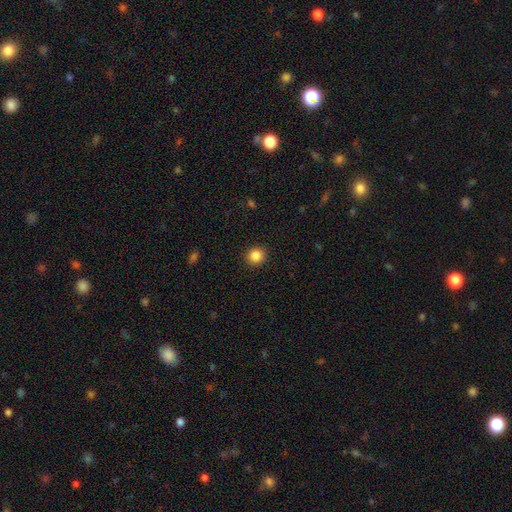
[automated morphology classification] A smooth galaxy with no disk features (86%) that is round (89%). Merging: none (91%).